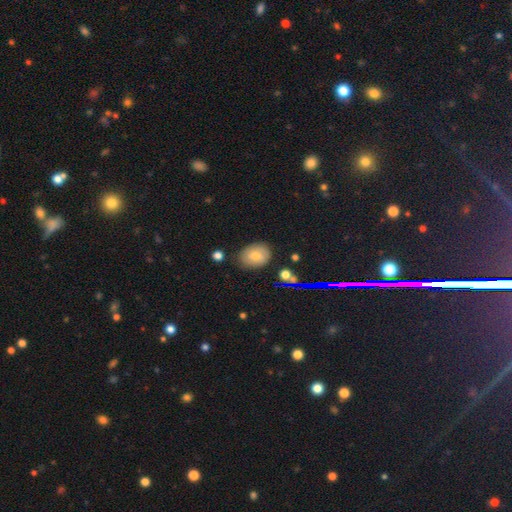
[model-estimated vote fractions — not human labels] smooth_or_featured: smooth (p=0.67) [alt: featured or disk p=0.21]
how_rounded: in between (p=0.67) [alt: round p=0.32]
merging: none (p=0.77) [alt: minor disturbance p=0.17]